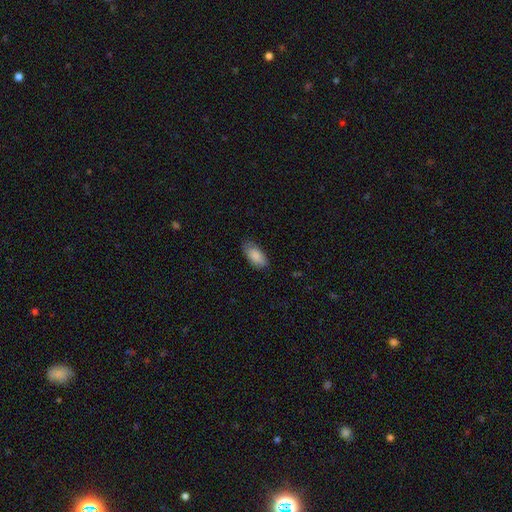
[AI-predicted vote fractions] Smooth or featured? smooth (87%)
How rounded? in between (92%)
Merging? none (77%)